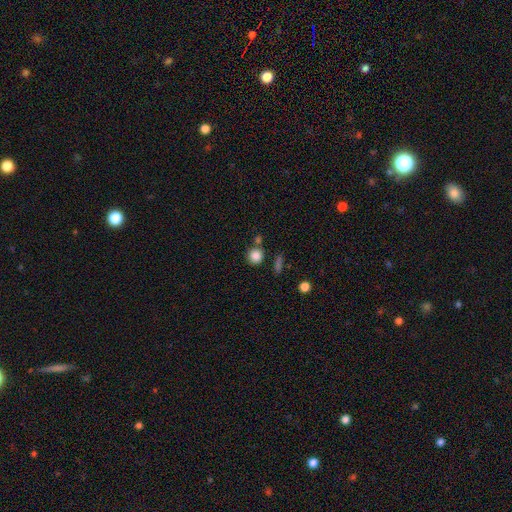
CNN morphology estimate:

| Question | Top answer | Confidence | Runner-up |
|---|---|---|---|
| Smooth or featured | smooth | 85% | star or artifact (10%) |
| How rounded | round | 90% | in between (9%) |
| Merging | none | 73% | merger (13%) |